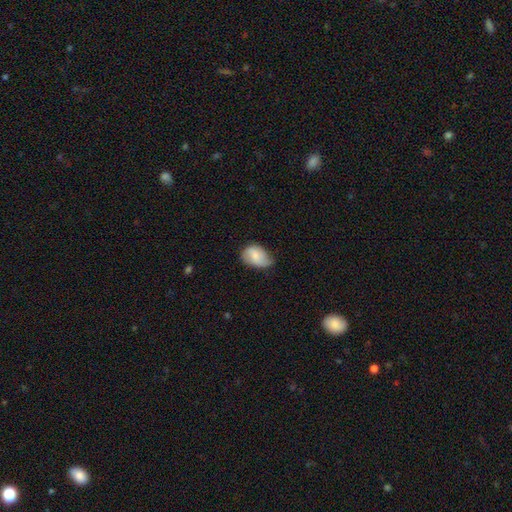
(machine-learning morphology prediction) Smooth or featured: smooth — 62% (featured or disk — 31%)
How rounded: in between — 79% (round — 20%)
Merging: none — 45% (minor disturbance — 42%)